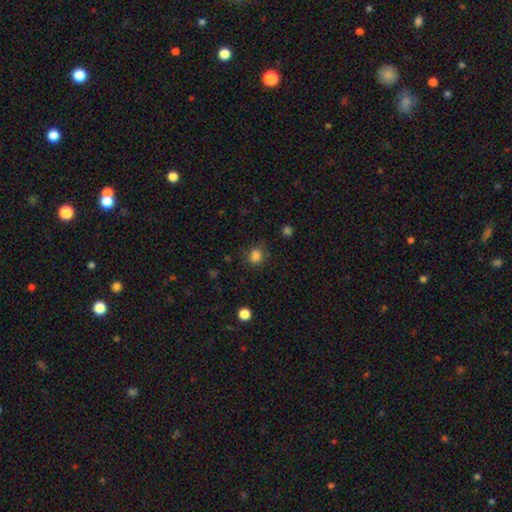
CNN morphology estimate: smooth-or-featured: smooth: 81% | star or artifact: 13% | featured or disk: 6%
  how-rounded: round: 60% | in between: 39% | cigar-shaped: 1%
  merging: none: 70% | minor disturbance: 19% | major disturbance: 8% | merger: 3%